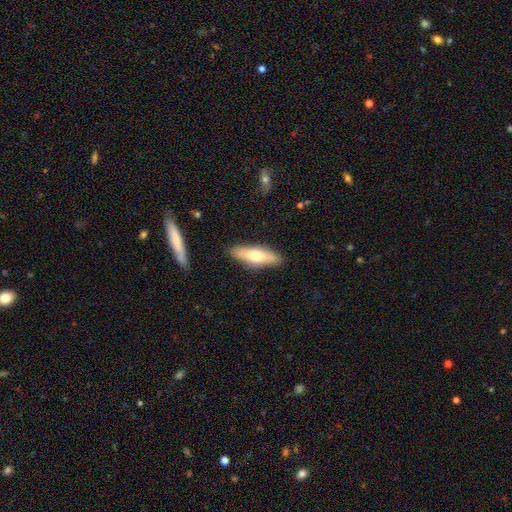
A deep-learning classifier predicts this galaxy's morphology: smooth_or_featured: smooth (p=0.61) [alt: featured or disk p=0.33]
how_rounded: in between (p=0.53) [alt: cigar-shaped p=0.45]
merging: none (p=0.87) [alt: minor disturbance p=0.09]